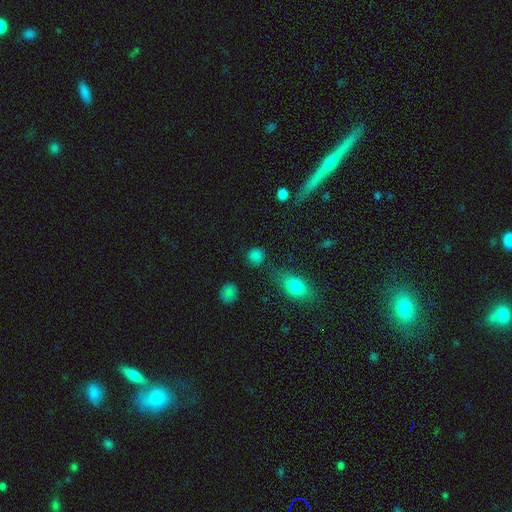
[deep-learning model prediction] Smooth or featured? Predicted: smooth (p=0.82). How rounded? Predicted: round (p=0.87). Merging? Predicted: none (p=0.79).